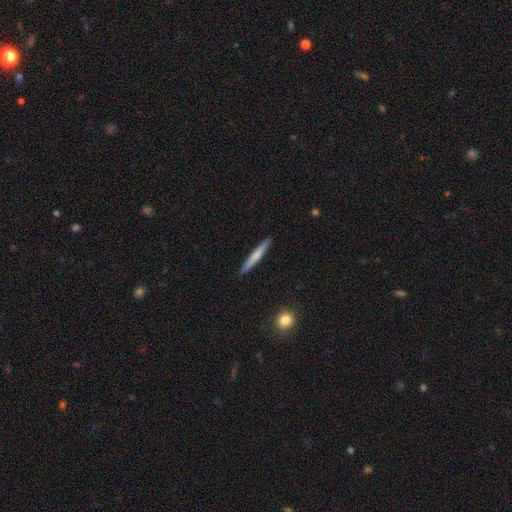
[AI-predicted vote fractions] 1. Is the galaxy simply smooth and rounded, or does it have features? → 62% smooth, 32% featured or disk, 5% star or artifact.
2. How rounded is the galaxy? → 96% cigar-shaped, 3% in between, 1% round.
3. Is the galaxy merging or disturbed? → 91% none, 6% minor disturbance, 1% major disturbance, 1% merger.